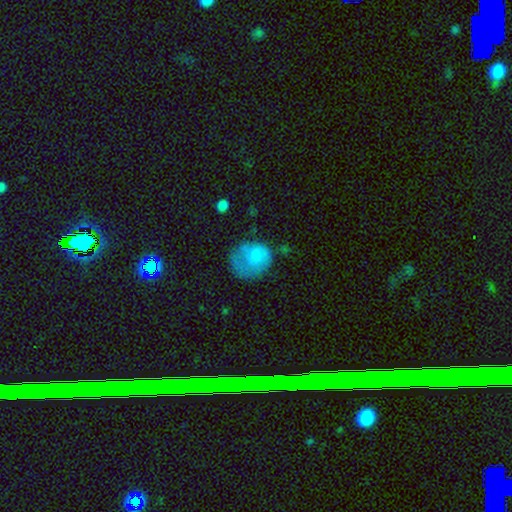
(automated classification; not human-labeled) Smooth or featured? smooth (69%)
How rounded? round (67%)
Merging? major disturbance (36%)